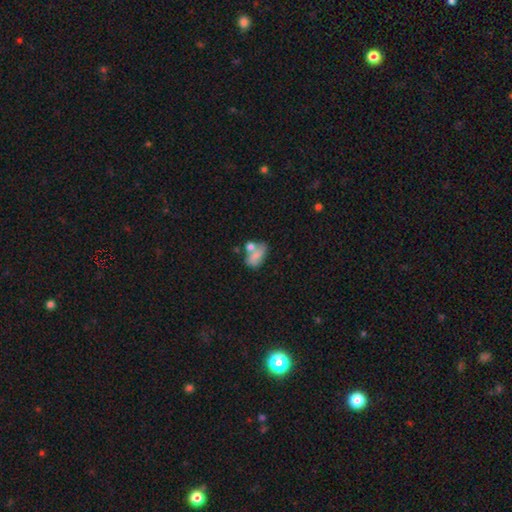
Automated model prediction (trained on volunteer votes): Overall: smooth (70%). How rounded: in between (83%). Merging: none (37%; merger 33%).